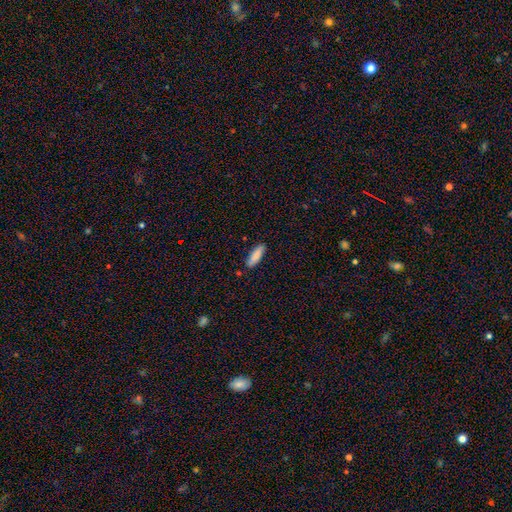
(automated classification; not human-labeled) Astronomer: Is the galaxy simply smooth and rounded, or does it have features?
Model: smooth — 86%.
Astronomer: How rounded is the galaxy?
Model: cigar-shaped — 53% (runner-up: in between, 46%).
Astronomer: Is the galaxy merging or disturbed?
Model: none — 86%.